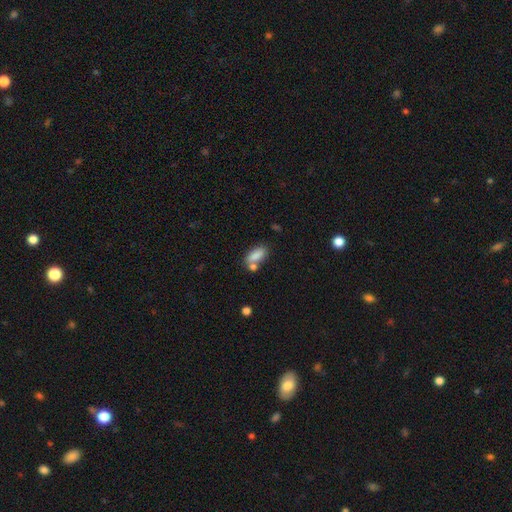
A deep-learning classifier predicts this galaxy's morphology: A smooth galaxy with no disk features (83%) that is in between round and cigar-shaped (84%). Merging: none (55%).